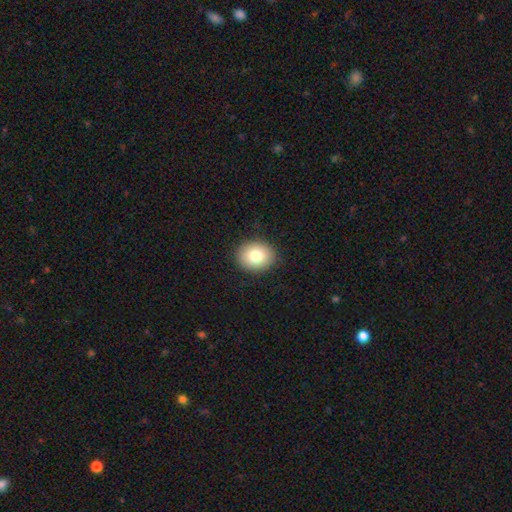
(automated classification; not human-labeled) smooth-or-featured: smooth: 79% | featured or disk: 11% | star or artifact: 9%
  how-rounded: round: 62% | in between: 38% | cigar-shaped: 1%
  merging: none: 89% | minor disturbance: 8% | major disturbance: 2% | merger: 1%